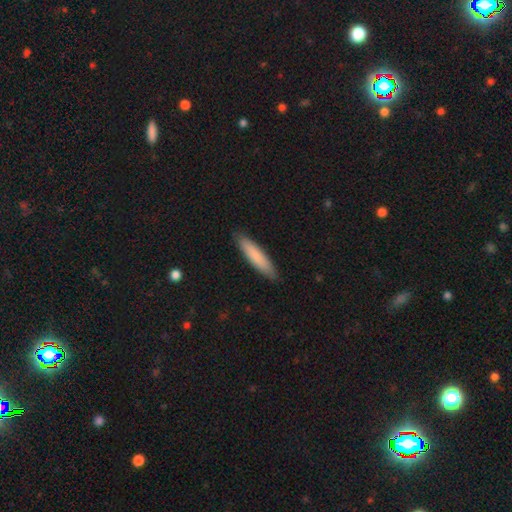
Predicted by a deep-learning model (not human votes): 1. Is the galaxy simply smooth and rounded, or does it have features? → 83% smooth, 12% featured or disk, 5% star or artifact.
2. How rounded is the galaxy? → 83% cigar-shaped, 16% in between, 1% round.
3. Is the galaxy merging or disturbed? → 89% none, 9% minor disturbance, 2% major disturbance, 1% merger.